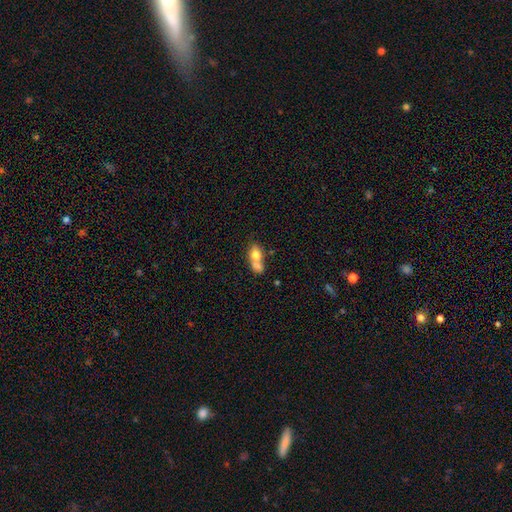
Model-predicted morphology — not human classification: Smooth or featured: smooth — 74% (featured or disk — 18%)
How rounded: in between — 71% (round — 24%)
Merging: merger — 63% (none — 22%)